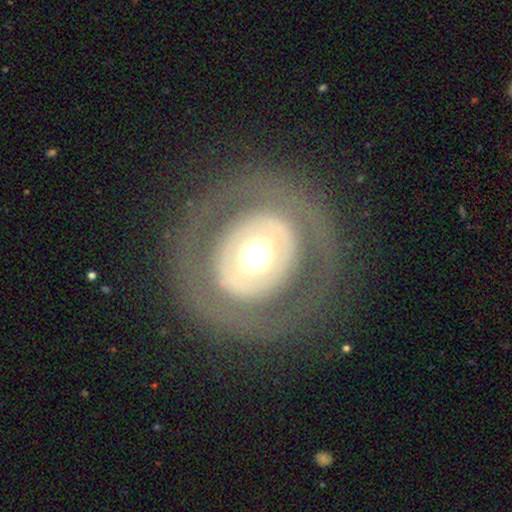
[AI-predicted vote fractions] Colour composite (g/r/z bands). It shows a featured or disk galaxy (58%) with no bar (83%), no spiral arms (88%) and a moderate central bulge (53%). Merging: none (81%).